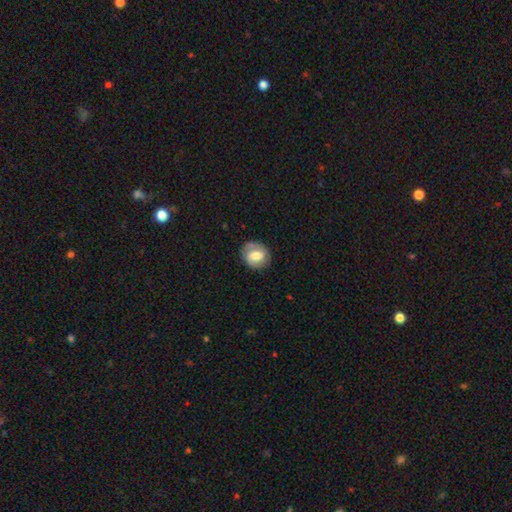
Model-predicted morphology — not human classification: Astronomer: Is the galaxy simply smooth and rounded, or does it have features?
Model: featured or disk — 54% (runner-up: smooth, 39%).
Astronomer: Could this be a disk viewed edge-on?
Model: no — 97%.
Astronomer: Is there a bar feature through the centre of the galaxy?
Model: weak — 47% (runner-up: no, 31%).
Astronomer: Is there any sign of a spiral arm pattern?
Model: yes — 78%.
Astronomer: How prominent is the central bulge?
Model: moderate — 52% (runner-up: large, 29%).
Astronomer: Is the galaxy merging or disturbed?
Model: none — 79%.